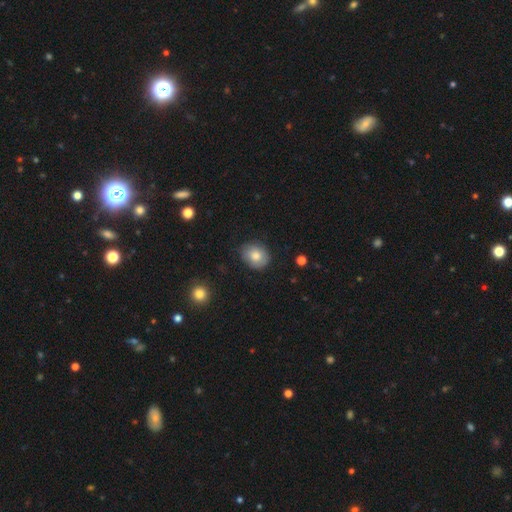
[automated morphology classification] Overall: smooth (79%). How rounded: round (60%; in between 39%). Merging: none (80%).